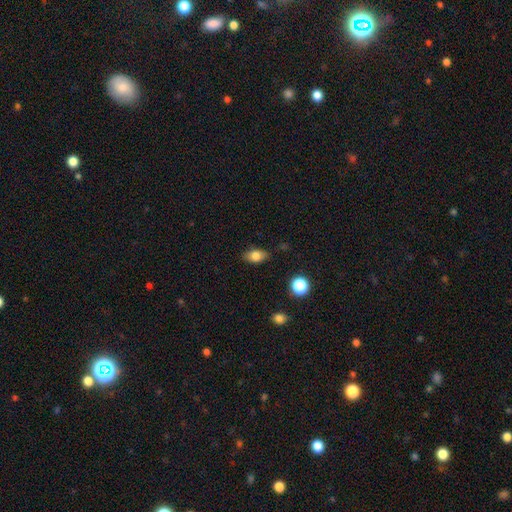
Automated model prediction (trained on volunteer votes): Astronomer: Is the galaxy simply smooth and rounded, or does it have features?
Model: smooth — 78%.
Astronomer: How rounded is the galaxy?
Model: in between — 82%.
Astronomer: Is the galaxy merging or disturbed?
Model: none — 82%.